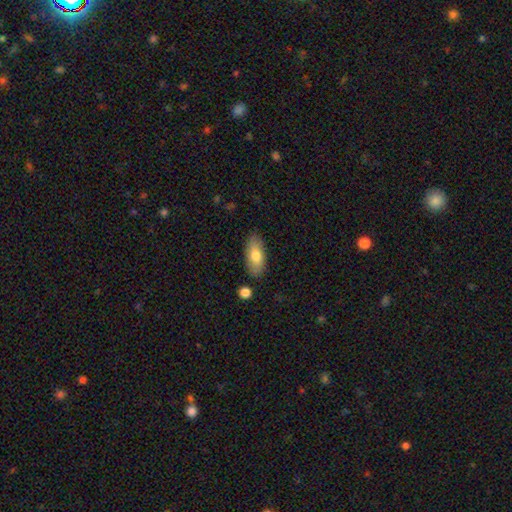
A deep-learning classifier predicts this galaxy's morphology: A smooth galaxy with no disk features (75%) that is in between round and cigar-shaped (85%).

Vote fractions:
- Smooth or featured? smooth: 75% / featured or disk: 19% / star or artifact: 6%
- How rounded? in between: 85% / cigar-shaped: 12% / round: 3%
- Merging? none: 84% / minor disturbance: 11% / merger: 3% / major disturbance: 2%